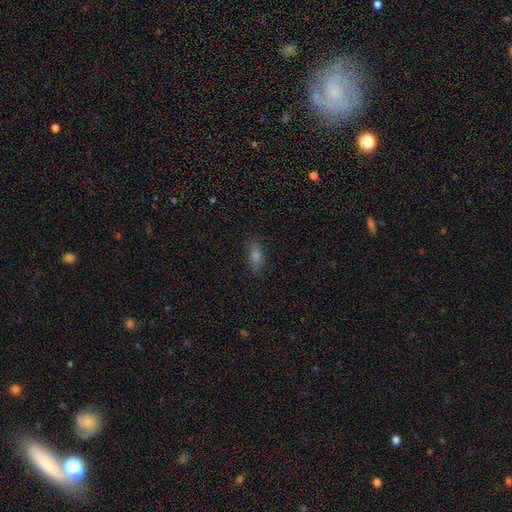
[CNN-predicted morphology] smooth_or_featured: smooth (p=0.73) [alt: star or artifact p=0.15]
how_rounded: in between (p=0.73) [alt: cigar-shaped p=0.22]
merging: none (p=0.85) [alt: minor disturbance p=0.11]